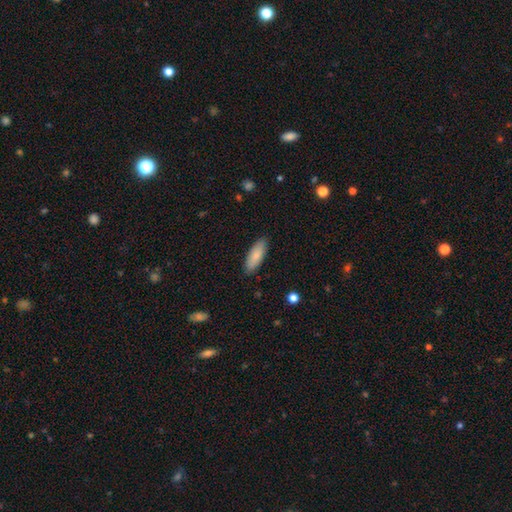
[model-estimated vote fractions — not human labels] A smooth galaxy with no disk features (83%) that is in between round and cigar-shaped (66%). Merging: none (87%).